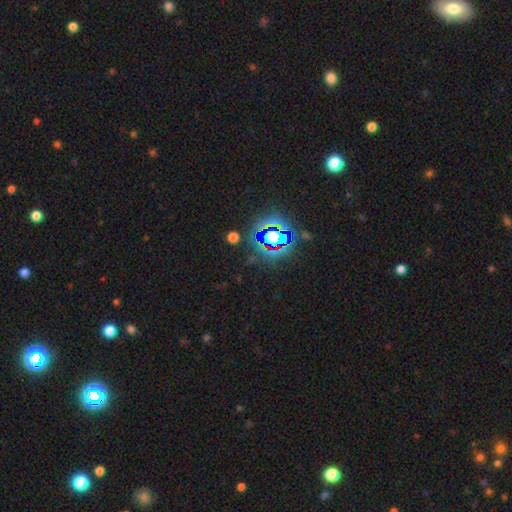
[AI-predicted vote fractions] Q: Smooth or featured?
A: star or artifact (80%); runner-up: smooth (12%)